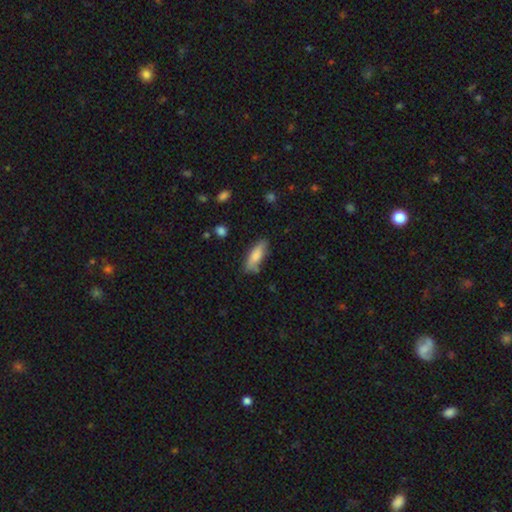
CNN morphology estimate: A smooth galaxy with no disk features (76%) that is in between round and cigar-shaped (54%). Merging: none (69%).